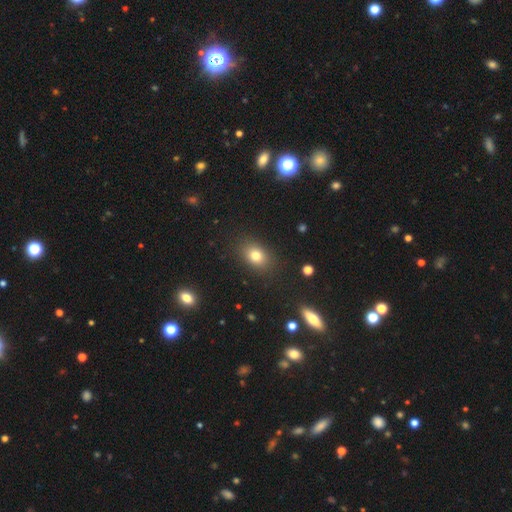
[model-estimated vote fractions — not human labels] smooth-or-featured: smooth: 79% | star or artifact: 12% | featured or disk: 9%
  how-rounded: in between: 71% | round: 28% | cigar-shaped: 1%
  merging: none: 86% | minor disturbance: 9% | major disturbance: 3% | merger: 1%